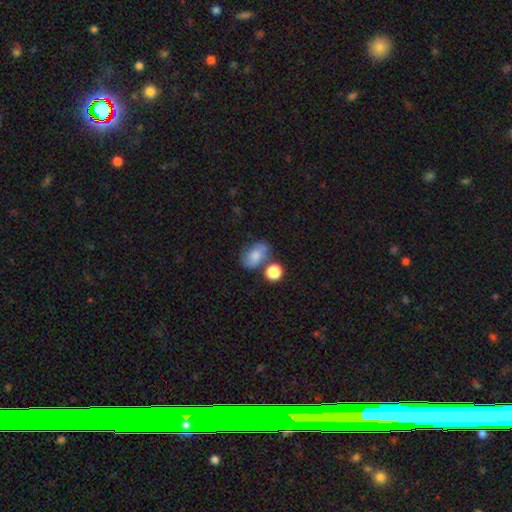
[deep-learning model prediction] smooth 75%, featured or disk 16%, star or artifact 9%. Down the decision tree: how rounded — in between (81%); merging — none (52%).